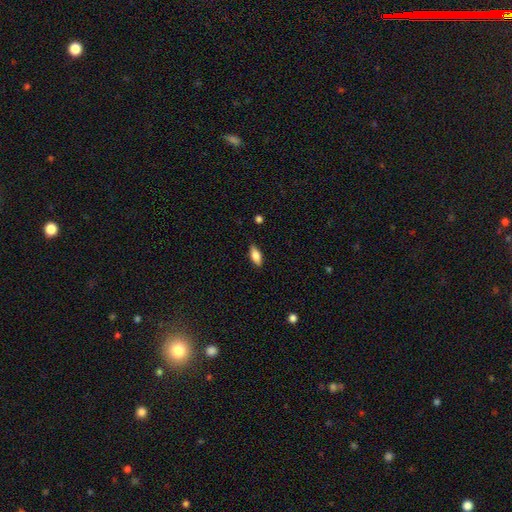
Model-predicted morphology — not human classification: Q: Smooth or featured?
A: smooth (80%); runner-up: featured or disk (13%)
Q: How rounded?
A: in between (83%); runner-up: cigar-shaped (14%)
Q: Merging?
A: none (84%); runner-up: minor disturbance (12%)